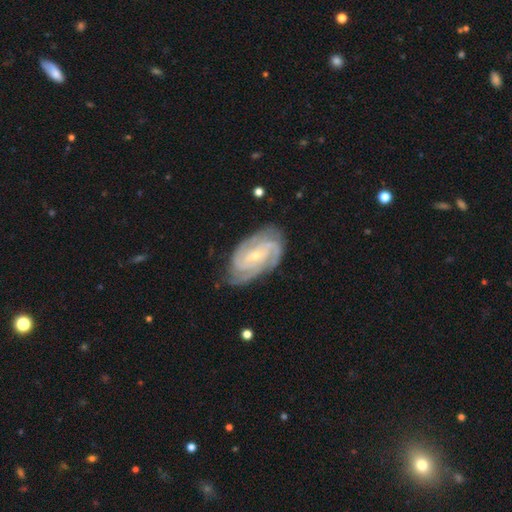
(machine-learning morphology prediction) Smooth or featured?
  - featured or disk: 90% *
  - smooth: 6%
  - star or artifact: 4%
Edge-on disk?
  - no: 97% *
  - yes: 3%
Bar?
  - no: 43% *
  - weak: 39%
  - strong: 19%
Spiral arms?
  - yes: 98% *
  - no: 2%
Spiral winding?
  - tight: 65% *
  - medium: 30%
  - loose: 5%
Spiral arm count?
  - 3: 34% *
  - 2: 24%
  - 4: 17%
  - can't tell: 14%
  - more than 4: 5%
  - 1: 5%
Bulge size?
  - small: 71% *
  - moderate: 26%
  - none: 1%
  - large: 1%
  - dominant: 1%
Merging?
  - none: 75% *
  - minor disturbance: 18%
  - major disturbance: 5%
  - merger: 1%